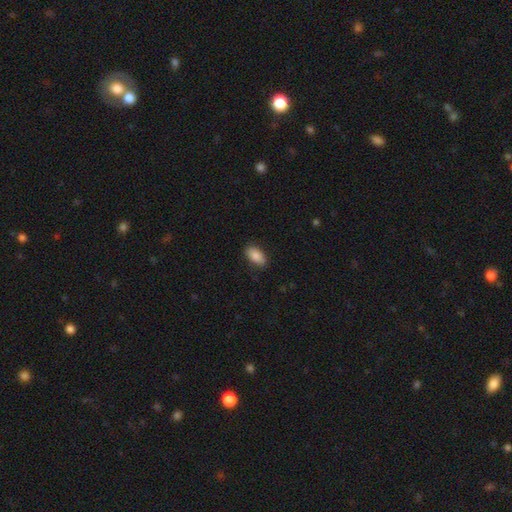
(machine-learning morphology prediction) smooth_or_featured: smooth (p=0.86) [alt: star or artifact p=0.07]
how_rounded: in between (p=0.93) [alt: round p=0.04]
merging: none (p=0.87) [alt: minor disturbance p=0.10]